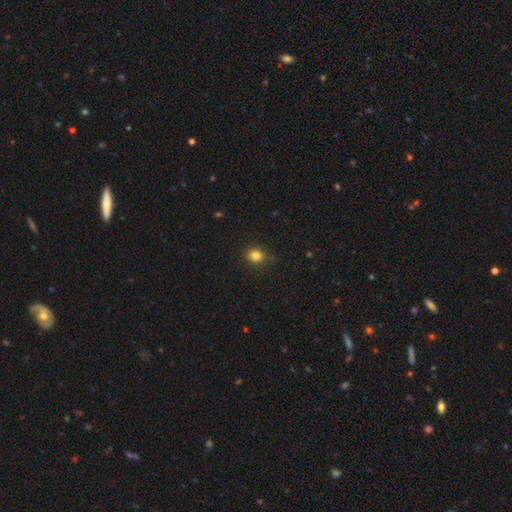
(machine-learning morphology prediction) Smooth or featured? Predicted: smooth (p=0.83). How rounded? Predicted: round (p=0.76). Merging? Predicted: none (p=0.84).